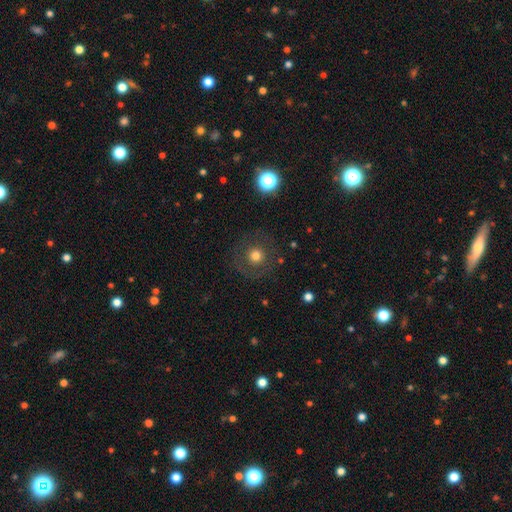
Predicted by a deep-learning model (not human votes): This appears to be a smooth galaxy with no disk features (68%) that is round (95%). Merging: none (84%).